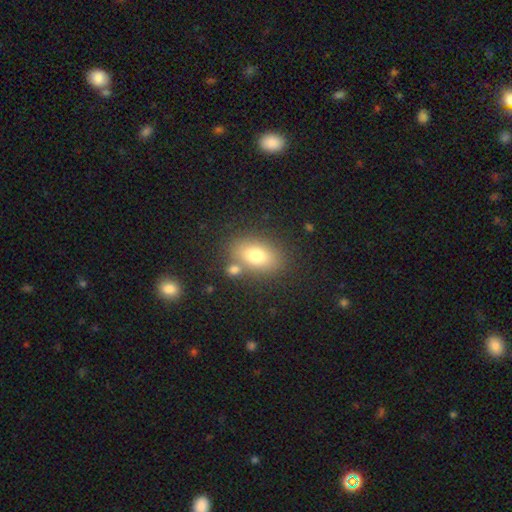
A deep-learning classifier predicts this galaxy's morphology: smooth-or-featured: smooth: 77% | featured or disk: 13% | star or artifact: 10%
  how-rounded: in between: 85% | round: 13% | cigar-shaped: 2%
  merging: none: 72% | merger: 13% | minor disturbance: 12% | major disturbance: 4%